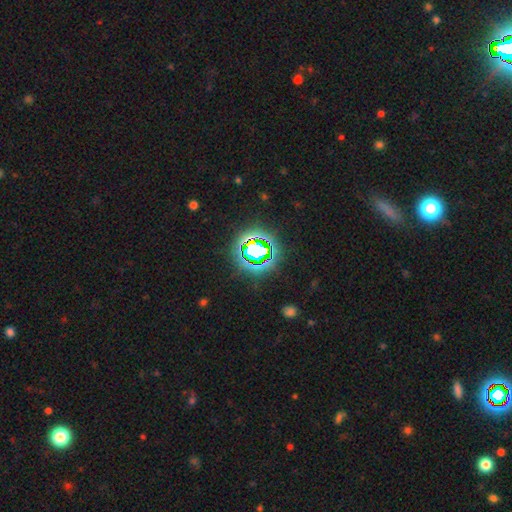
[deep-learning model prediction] Smooth or featured?
  - star or artifact: 77% *
  - smooth: 16%
  - featured or disk: 7%